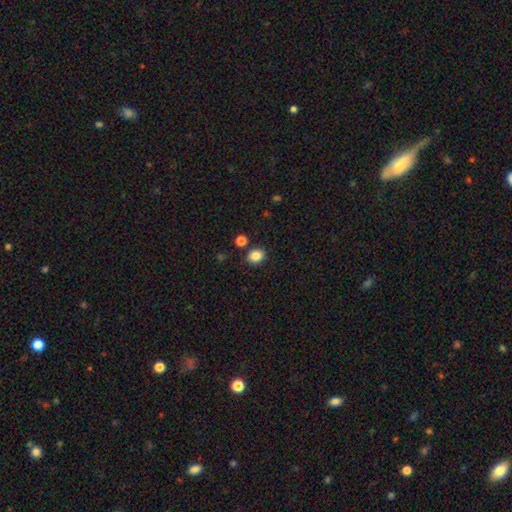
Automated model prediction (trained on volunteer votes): The model was most divided on "how rounded": round: 58%, in between: 41%, cigar-shaped: 1%. More confident: smooth or featured — smooth (85%); merging — none (84%).